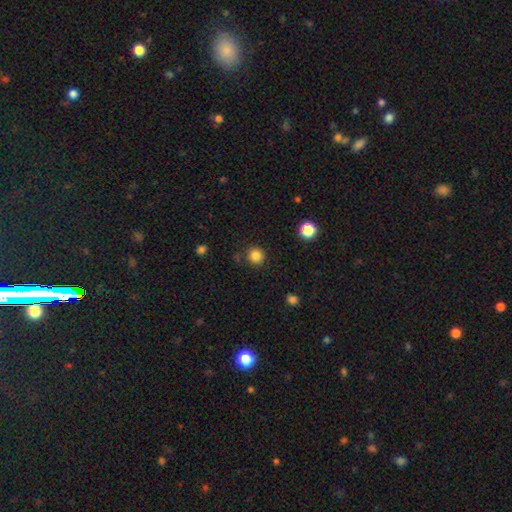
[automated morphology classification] smooth 84%, star or artifact 12%, featured or disk 4%. Down the decision tree: how rounded — round (93%); merging — none (88%).